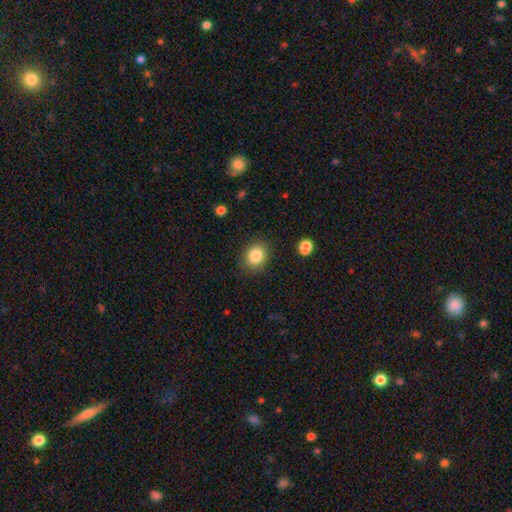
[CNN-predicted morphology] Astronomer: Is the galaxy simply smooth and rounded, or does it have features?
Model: smooth — 84%.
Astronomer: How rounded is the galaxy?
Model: round — 62% (runner-up: in between, 37%).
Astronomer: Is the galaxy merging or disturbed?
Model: none — 85%.